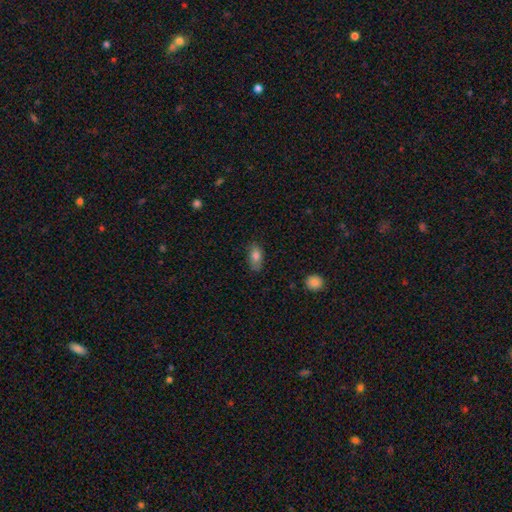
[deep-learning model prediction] Smooth or featured? Predicted: smooth (p=0.82). How rounded? Predicted: in between (p=0.89). Merging? Predicted: none (p=0.78).